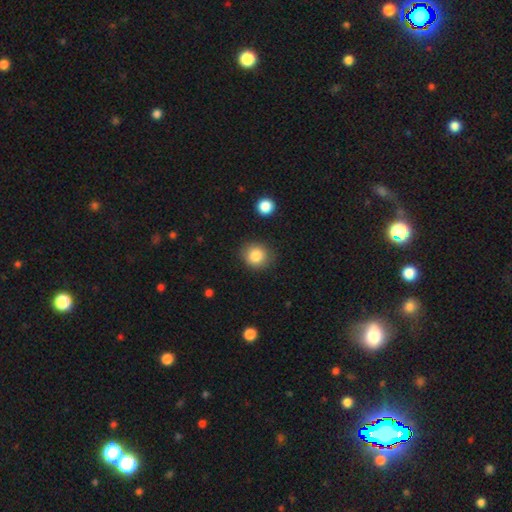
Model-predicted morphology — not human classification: A smooth galaxy with no disk features (84%) that is round (82%).

Vote fractions:
- Smooth or featured? smooth: 84% / star or artifact: 10% / featured or disk: 6%
- How rounded? round: 82% / in between: 17% / cigar-shaped: 1%
- Merging? none: 85% / minor disturbance: 10% / major disturbance: 3% / merger: 2%